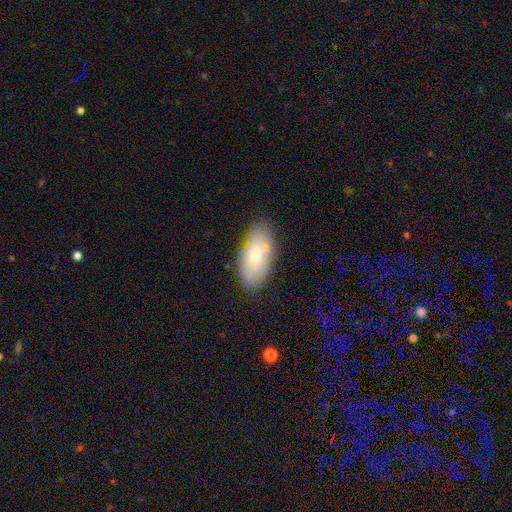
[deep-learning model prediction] Q: Smooth or featured?
A: smooth (59%); runner-up: featured or disk (34%)
Q: How rounded?
A: in between (92%); runner-up: cigar-shaped (5%)
Q: Merging?
A: none (70%); runner-up: minor disturbance (19%)